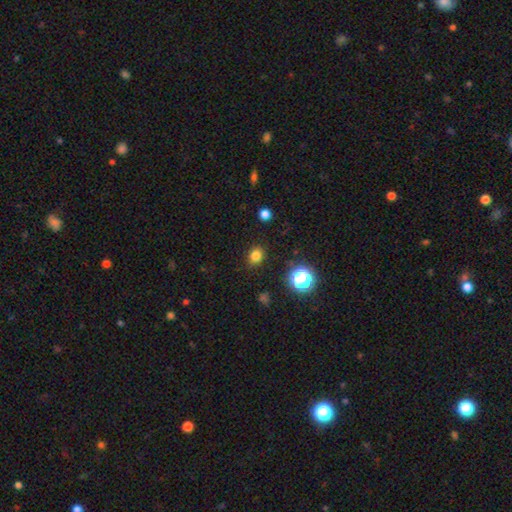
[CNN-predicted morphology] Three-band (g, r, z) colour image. It shows a smooth galaxy with no disk features (80%) that is round (62%). Merging: none (88%).